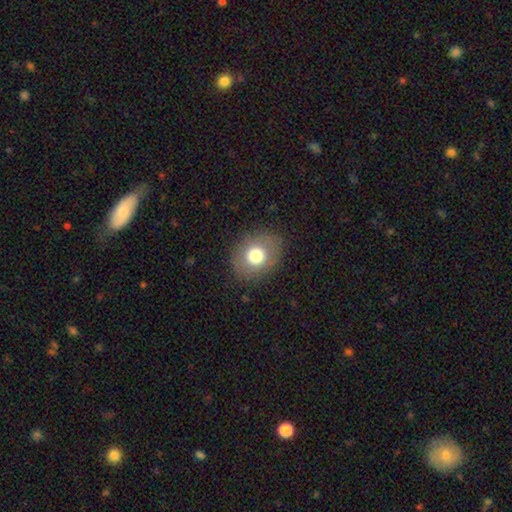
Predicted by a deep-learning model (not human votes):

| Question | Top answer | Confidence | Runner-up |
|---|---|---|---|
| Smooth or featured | smooth | 73% | featured or disk (17%) |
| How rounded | round | 66% | in between (33%) |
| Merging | none | 84% | minor disturbance (10%) |